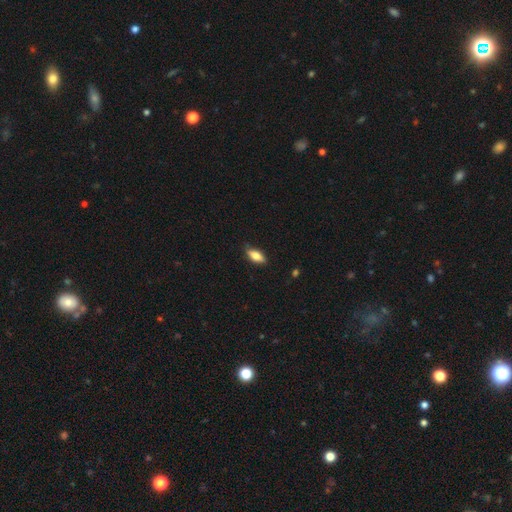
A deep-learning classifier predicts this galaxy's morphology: smooth_or_featured: smooth (p=0.75) [alt: featured or disk p=0.18]
how_rounded: in between (p=0.80) [alt: cigar-shaped p=0.17]
merging: none (p=0.78) [alt: minor disturbance p=0.18]